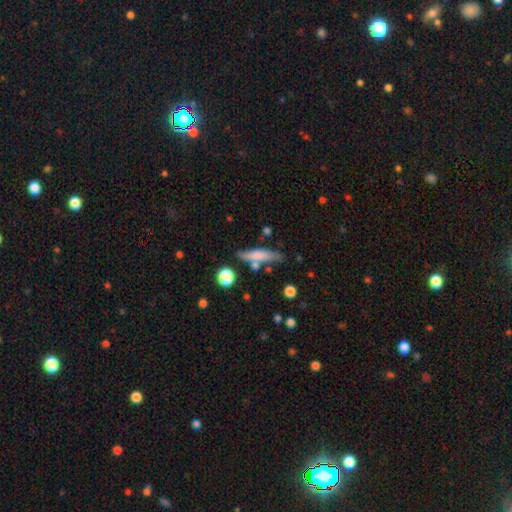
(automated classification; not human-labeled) smooth-or-featured: smooth: 66% | featured or disk: 27% | star or artifact: 7%
  how-rounded: cigar-shaped: 80% | in between: 18% | round: 2%
  merging: none: 71% | minor disturbance: 16% | merger: 9% | major disturbance: 4%